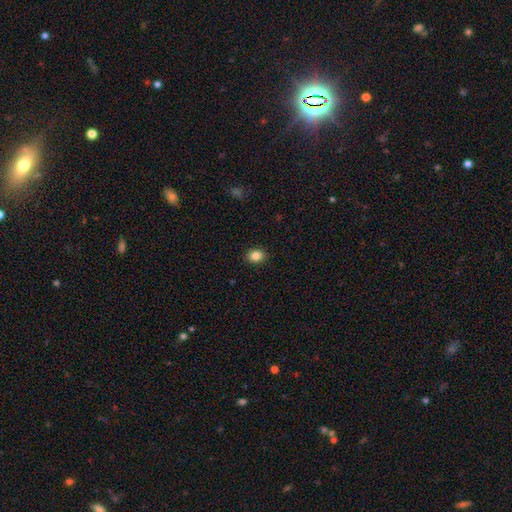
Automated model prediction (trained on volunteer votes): Overall: smooth (85%). How rounded: in between (54%; round 45%). Merging: none (91%).